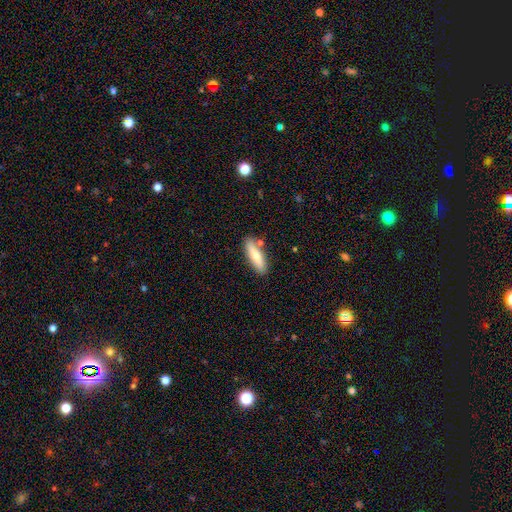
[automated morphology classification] smooth-or-featured: smooth: 75% | featured or disk: 19% | star or artifact: 6%
  how-rounded: cigar-shaped: 63% | in between: 35% | round: 2%
  merging: none: 80% | minor disturbance: 12% | merger: 6% | major disturbance: 2%